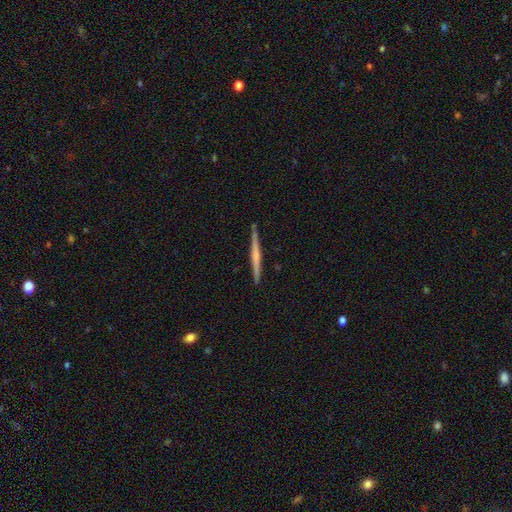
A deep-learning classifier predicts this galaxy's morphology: Overall: featured or disk (60%; smooth 35%). Edge-on disk: yes (98%). Edge-on bulge: none (47%; rounded 41%). Merging: none (91%).